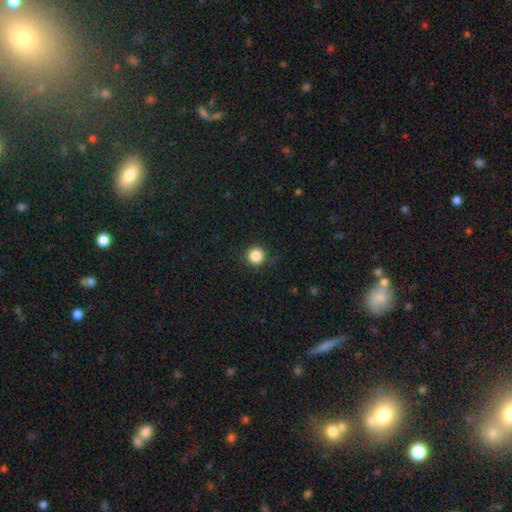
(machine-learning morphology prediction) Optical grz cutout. It shows a smooth galaxy with no disk features (86%) that is round (95%). Merging: none (88%).